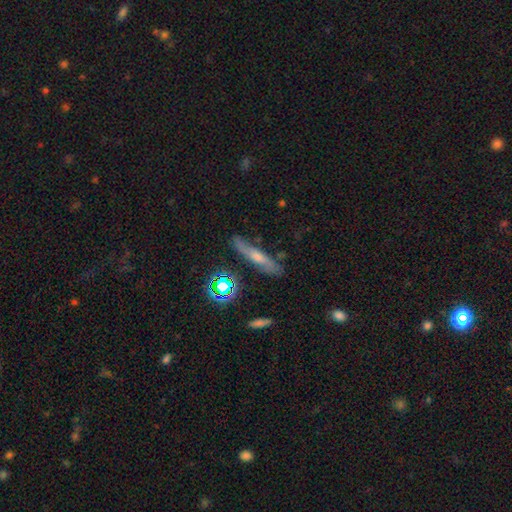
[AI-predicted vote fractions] Q: Smooth or featured?
A: featured or disk (46%); runner-up: smooth (40%)
Q: Merging?
A: none (74%); runner-up: minor disturbance (18%)